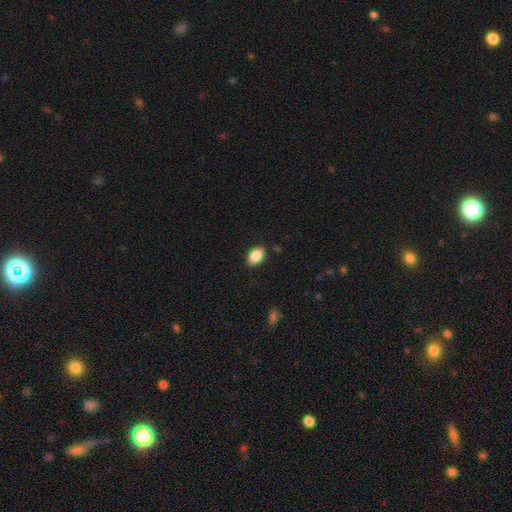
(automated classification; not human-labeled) This is clearly a smooth galaxy (87%). How rounded: clearly in between (86%). Merging: clearly none (88%).